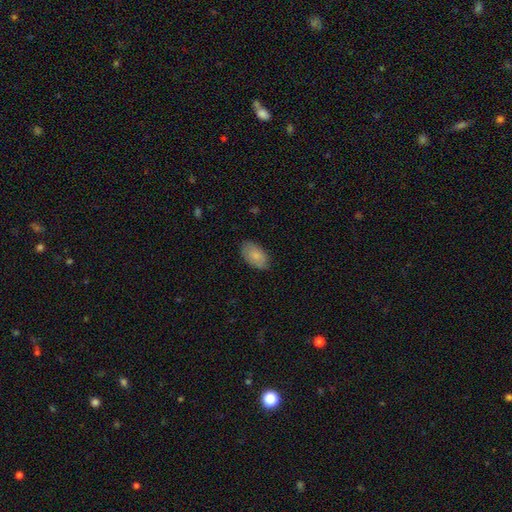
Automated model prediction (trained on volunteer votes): Smooth or featured? Predicted: smooth (p=0.83). How rounded? Predicted: in between (p=0.94). Merging? Predicted: none (p=0.82).